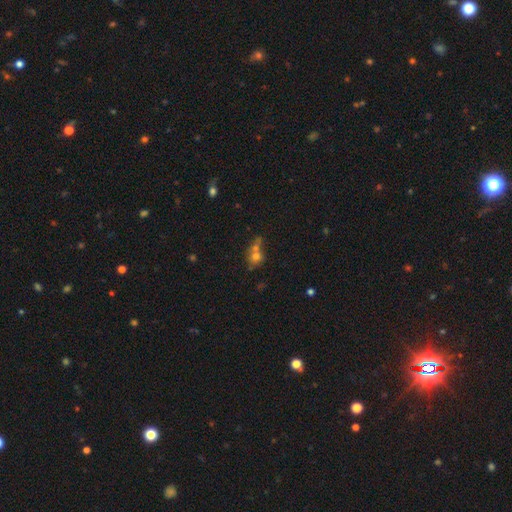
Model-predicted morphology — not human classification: Smooth or featured: smooth — 64% (featured or disk — 19%)
How rounded: round — 72% (in between — 26%)
Merging: merger — 47% (none — 36%)